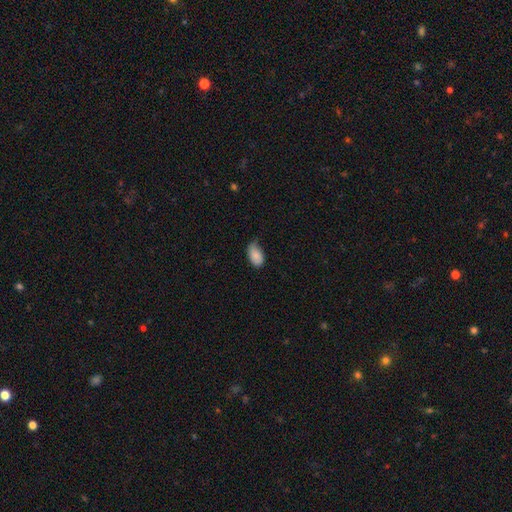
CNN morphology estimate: A smooth galaxy with no disk features (87%) that is in between round and cigar-shaped (94%). Merging: none (50%).